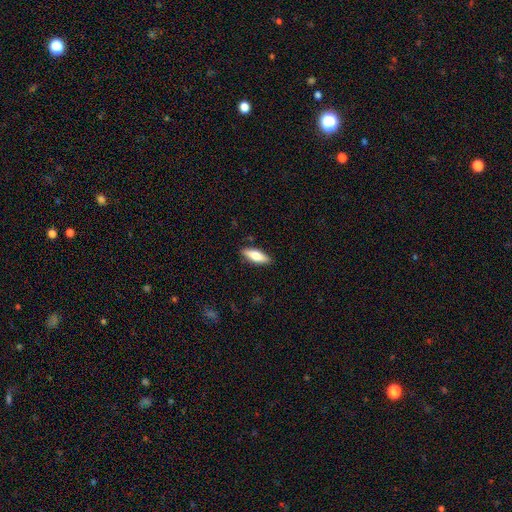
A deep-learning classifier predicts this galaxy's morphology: Smooth or featured? Predicted: smooth (p=0.69). How rounded? Predicted: in between (p=0.62). Merging? Predicted: none (p=0.88).